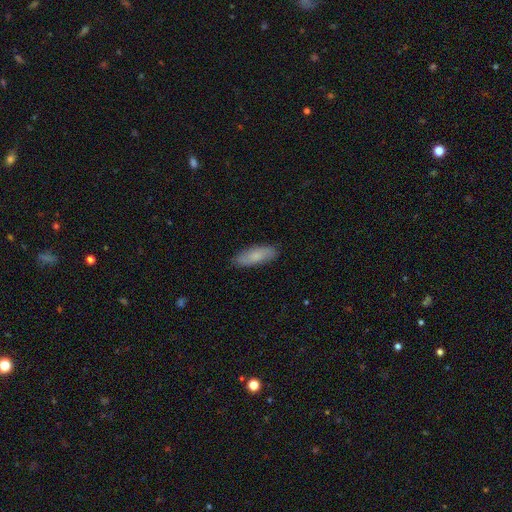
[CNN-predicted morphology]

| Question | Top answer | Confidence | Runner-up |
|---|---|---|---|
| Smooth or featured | smooth | 76% | featured or disk (18%) |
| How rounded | in between | 67% | cigar-shaped (31%) |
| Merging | none | 85% | minor disturbance (12%) |